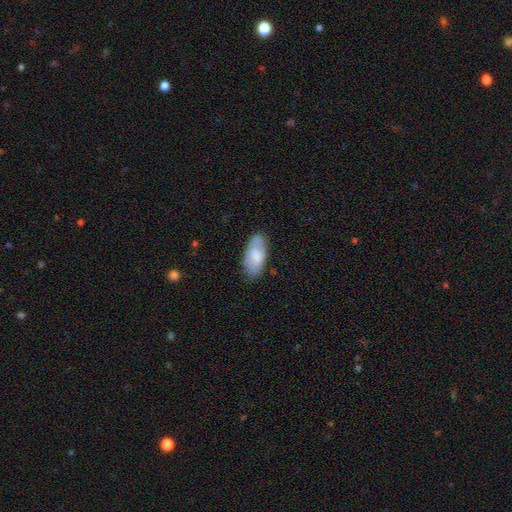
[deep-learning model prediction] A smooth galaxy with no disk features (69%) that is in between round and cigar-shaped (93%). Merging: none (75%).